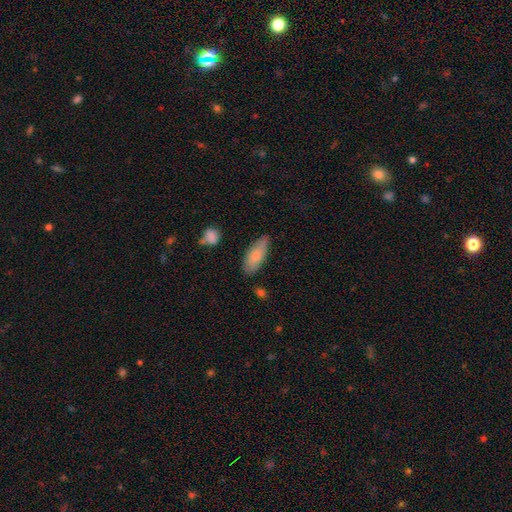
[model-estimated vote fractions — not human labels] The model was most divided on "how rounded": in between: 76%, cigar-shaped: 22%, round: 2%. More confident: smooth or featured — smooth (79%); merging — none (75%).